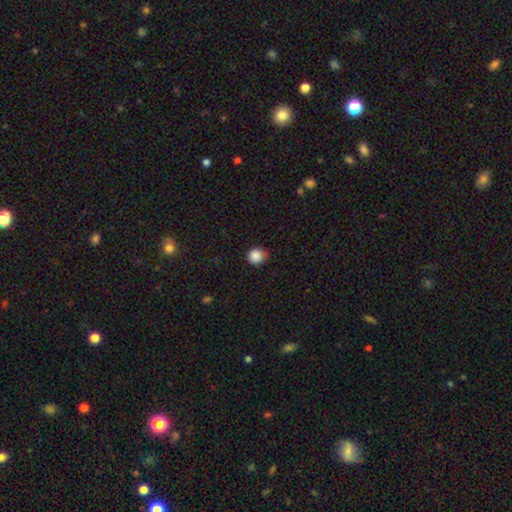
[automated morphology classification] A smooth galaxy with no disk features (87%) that is round (85%).

Vote fractions:
- Smooth or featured? smooth: 87% / star or artifact: 10% / featured or disk: 4%
- How rounded? round: 85% / in between: 14% / cigar-shaped: 1%
- Merging? none: 79% / minor disturbance: 17% / major disturbance: 3% / merger: 1%